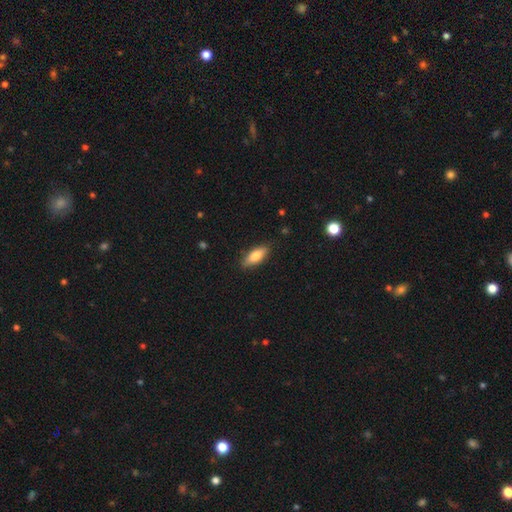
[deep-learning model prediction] Smooth or featured? Predicted: smooth (p=0.75). How rounded? Predicted: in between (p=0.68). Merging? Predicted: none (p=0.86).